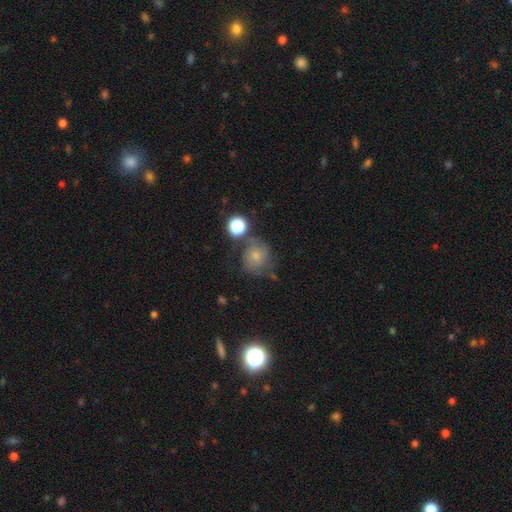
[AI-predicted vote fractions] Q: Smooth or featured?
A: smooth (59%); runner-up: featured or disk (27%)
Q: How rounded?
A: round (81%); runner-up: in between (18%)
Q: Merging?
A: none (52%); runner-up: minor disturbance (23%)